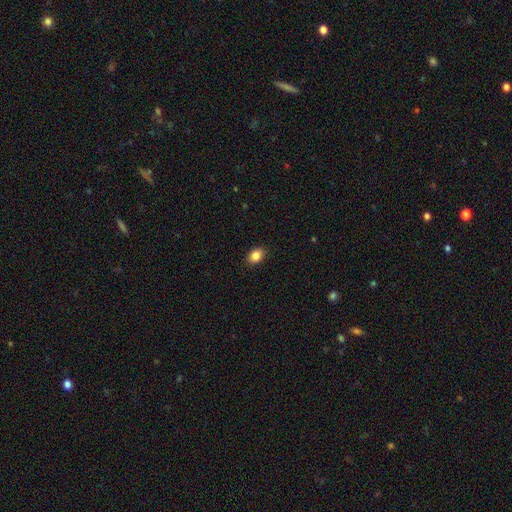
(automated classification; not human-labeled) smooth 86%, star or artifact 9%, featured or disk 5%. Down the decision tree: how rounded — in between (72%); merging — none (89%).